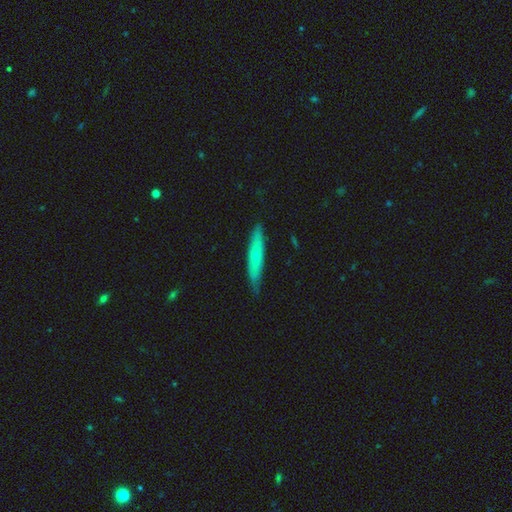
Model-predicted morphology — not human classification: smooth_or_featured: smooth (p=0.52) [alt: featured or disk p=0.42]
how_rounded: cigar-shaped (p=0.87) [alt: in between p=0.11]
merging: none (p=0.82) [alt: minor disturbance p=0.14]